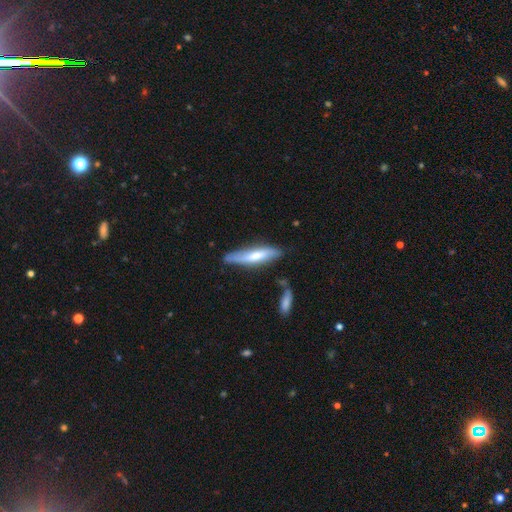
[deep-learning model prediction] This appears to be a featured or disk galaxy (47%, tied with smooth). Merging: none (66%).